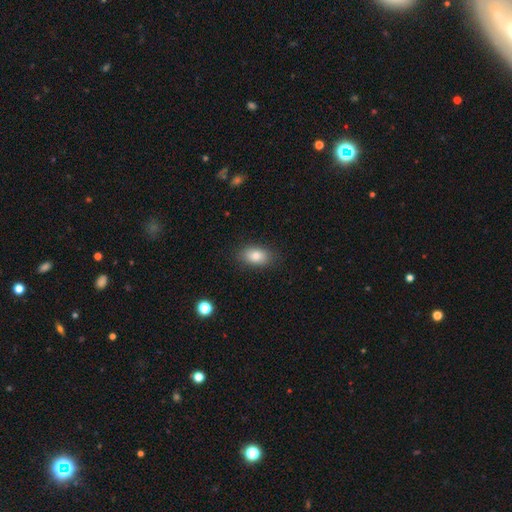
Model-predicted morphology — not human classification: Q: Smooth or featured?
A: smooth (83%); runner-up: featured or disk (9%)
Q: How rounded?
A: in between (88%); runner-up: round (10%)
Q: Merging?
A: none (86%); runner-up: minor disturbance (10%)